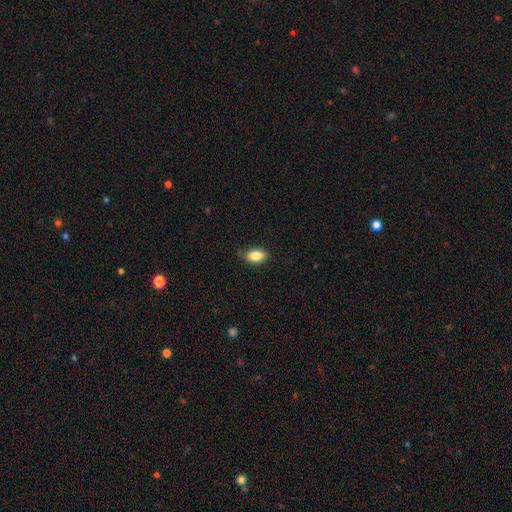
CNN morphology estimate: A smooth galaxy with no disk features (85%) that is in between round and cigar-shaped (89%). Merging: none (82%).